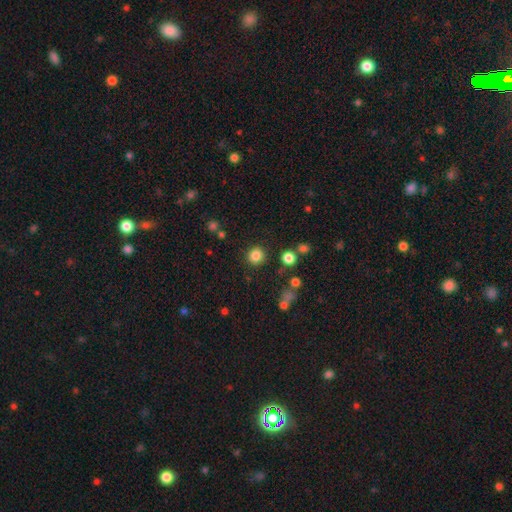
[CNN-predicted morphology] Smooth or featured: smooth — 83% (star or artifact — 12%)
How rounded: round — 92% (in between — 7%)
Merging: none — 88% (minor disturbance — 6%)